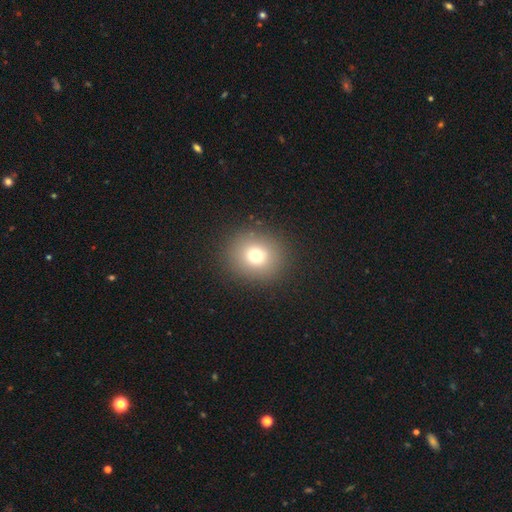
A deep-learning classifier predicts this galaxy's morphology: This appears to be a smooth galaxy with no disk features (73%) that is round (82%). Merging: none (89%).